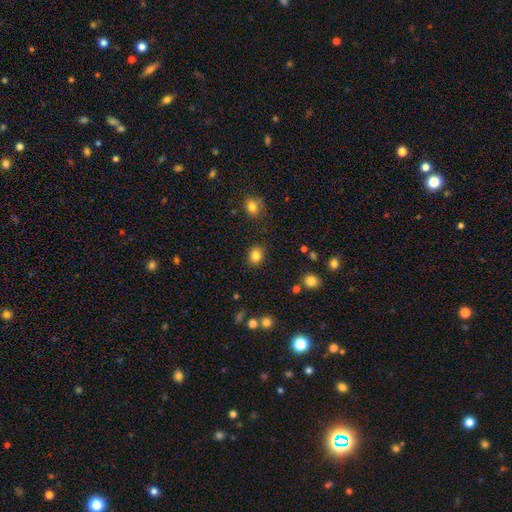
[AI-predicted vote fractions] This is clearly a smooth galaxy (84%). How rounded: likely round (67%). Merging: clearly none (87%).